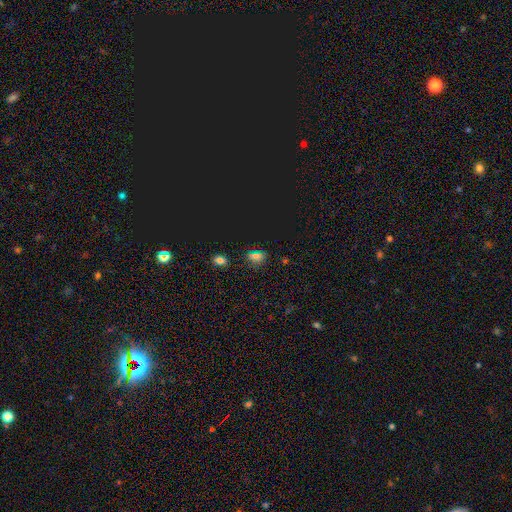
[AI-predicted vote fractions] This appears to be a smooth galaxy with no disk features (46%). Merging: none (79%).